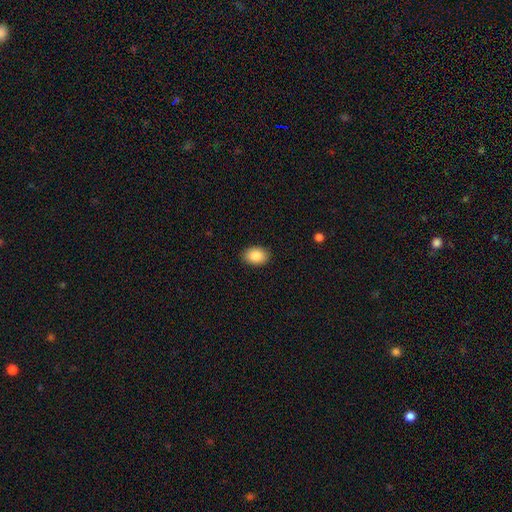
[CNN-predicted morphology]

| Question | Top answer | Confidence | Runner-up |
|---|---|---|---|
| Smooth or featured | smooth | 87% | star or artifact (7%) |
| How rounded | in between | 77% | round (22%) |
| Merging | none | 90% | minor disturbance (7%) |